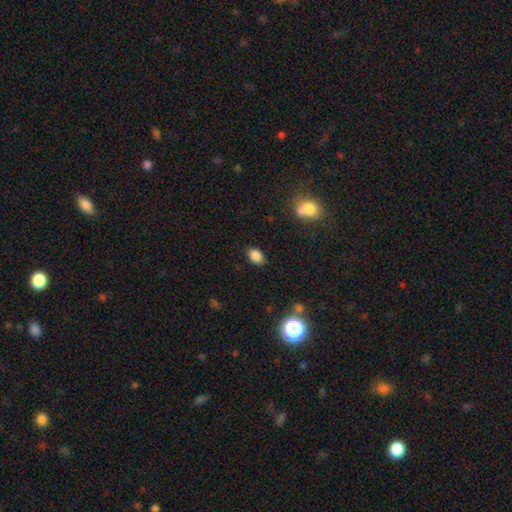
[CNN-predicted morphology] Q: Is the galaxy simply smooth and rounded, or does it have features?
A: smooth — 83%.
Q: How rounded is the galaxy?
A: in between — 82%.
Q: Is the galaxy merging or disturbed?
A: none — 83%.